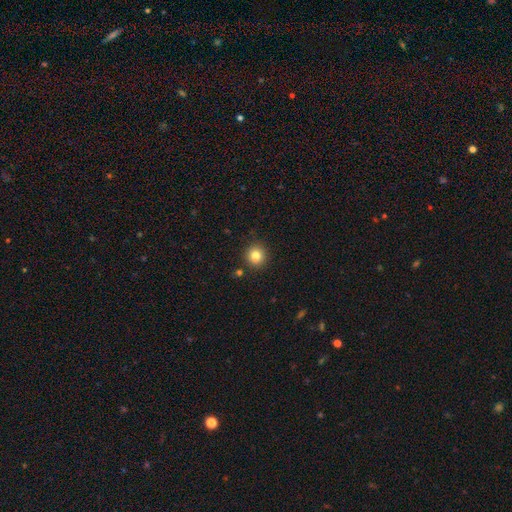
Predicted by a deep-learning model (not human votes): Overall: smooth (83%). How rounded: round (90%). Merging: none (89%).